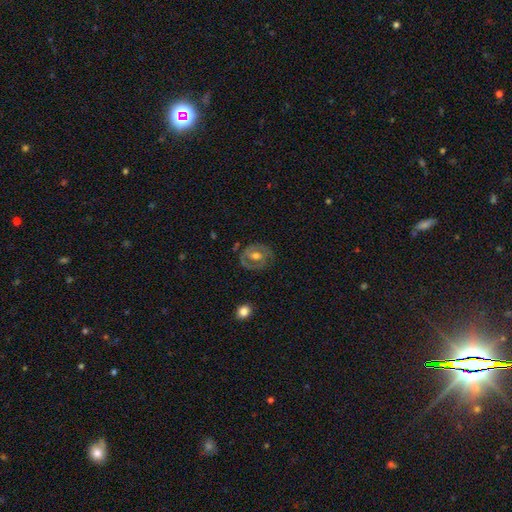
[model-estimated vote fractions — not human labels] Smooth or featured? featured or disk (68%)
Edge-on disk? no (96%)
Bar? no (47%)
Spiral arms? yes (63%)
Bulge size? moderate (71%)
Merging? none (75%)